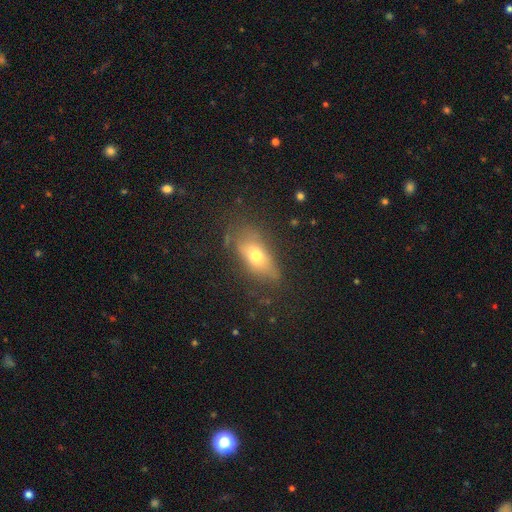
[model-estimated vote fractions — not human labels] A smooth galaxy with no disk features (63%) that is in between round and cigar-shaped (80%).

Vote fractions:
- Smooth or featured? smooth: 63% / featured or disk: 27% / star or artifact: 10%
- How rounded? in between: 80% / cigar-shaped: 13% / round: 7%
- Merging? none: 64% / minor disturbance: 23% / major disturbance: 11% / merger: 2%